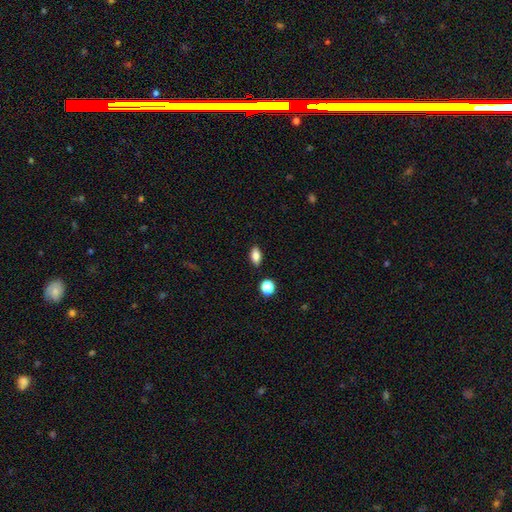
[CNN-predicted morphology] Smooth or featured? Predicted: smooth (p=0.84). How rounded? Predicted: in between (p=0.86). Merging? Predicted: none (p=0.88).